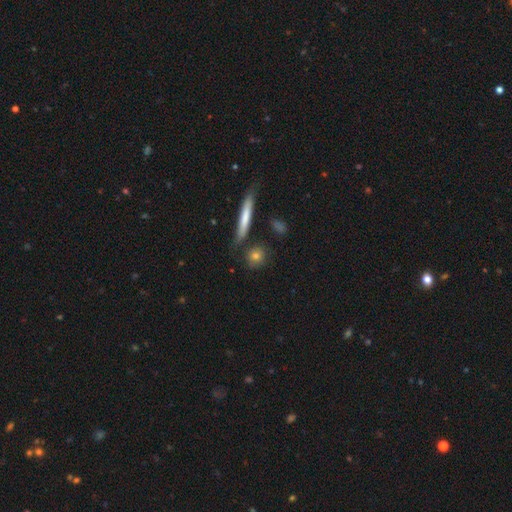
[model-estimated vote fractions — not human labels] smooth 74%, featured or disk 17%, star or artifact 8%. Down the decision tree: how rounded — round (55%); merging — none (78%).